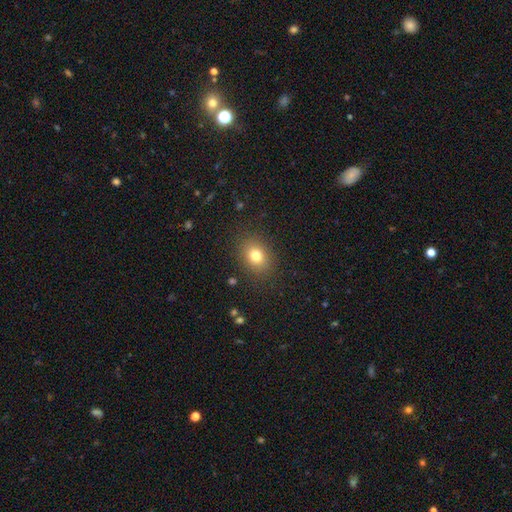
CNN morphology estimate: smooth_or_featured: smooth (p=0.78) [alt: star or artifact p=0.12]
how_rounded: in between (p=0.55) [alt: round p=0.44]
merging: none (p=0.86) [alt: minor disturbance p=0.09]